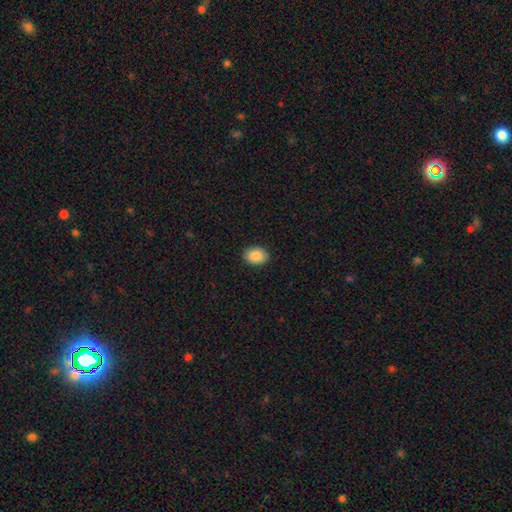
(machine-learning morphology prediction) Smooth or featured: smooth — 88% (star or artifact — 7%)
How rounded: in between — 68% (round — 31%)
Merging: none — 90% (minor disturbance — 7%)